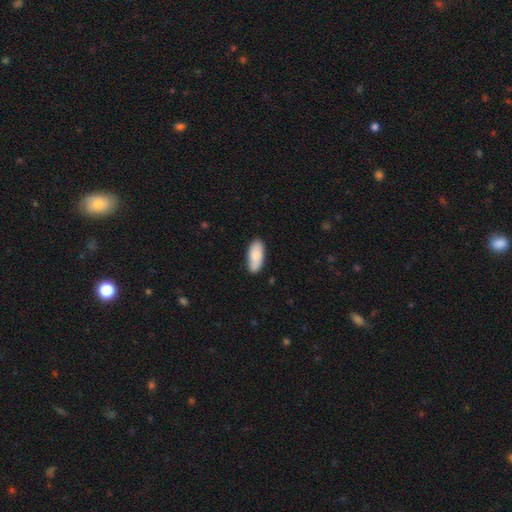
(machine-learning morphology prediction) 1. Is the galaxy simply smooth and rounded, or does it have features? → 82% smooth, 12% featured or disk, 6% star or artifact.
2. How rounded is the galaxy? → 85% in between, 13% cigar-shaped, 2% round.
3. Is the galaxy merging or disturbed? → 83% none, 14% minor disturbance, 2% major disturbance, 2% merger.